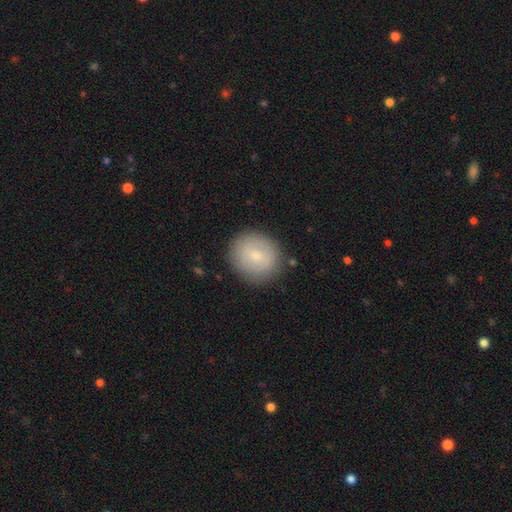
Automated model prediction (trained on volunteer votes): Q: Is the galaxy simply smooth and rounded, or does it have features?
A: smooth — 67%.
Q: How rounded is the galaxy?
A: round — 84%.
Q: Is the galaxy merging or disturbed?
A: none — 86%.